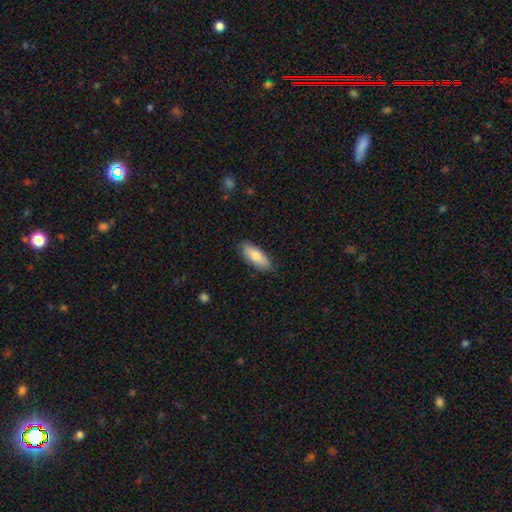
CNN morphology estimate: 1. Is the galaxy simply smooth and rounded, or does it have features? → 78% smooth, 17% featured or disk, 6% star or artifact.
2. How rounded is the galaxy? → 75% in between, 23% cigar-shaped, 2% round.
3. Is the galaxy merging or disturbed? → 83% none, 14% minor disturbance, 2% major disturbance, 1% merger.